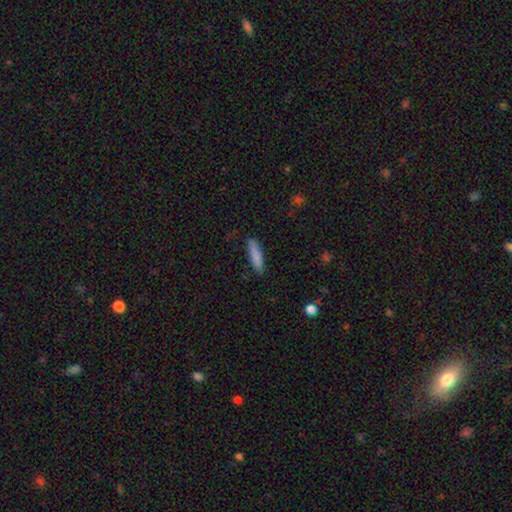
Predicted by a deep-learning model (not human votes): Overall: smooth (84%). How rounded: cigar-shaped (76%). Merging: none (85%).